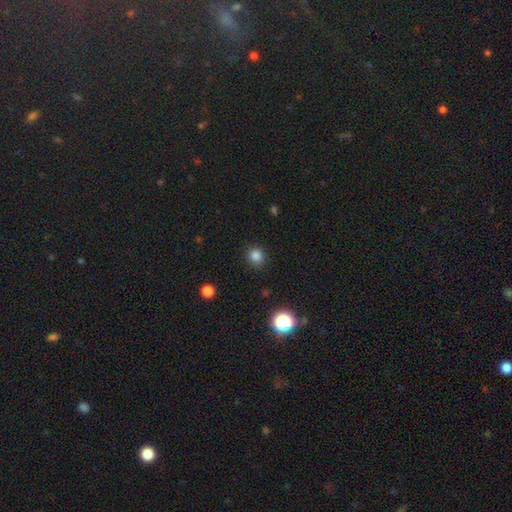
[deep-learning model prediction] This appears to be a smooth galaxy with no disk features (83%) that is round (88%). Merging: none (90%).